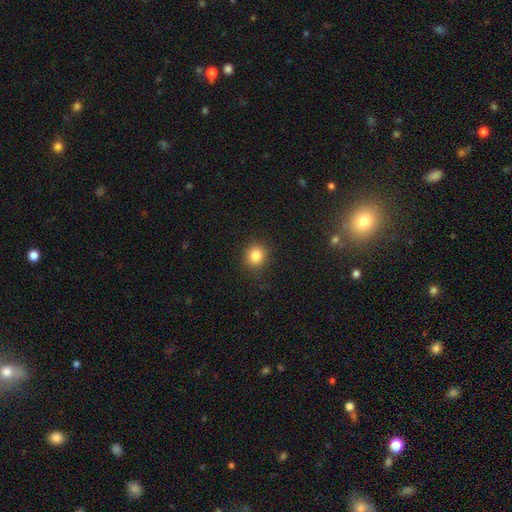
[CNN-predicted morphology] Smooth or featured: smooth — 83% (star or artifact — 11%)
How rounded: round — 85% (in between — 14%)
Merging: none — 88% (minor disturbance — 8%)